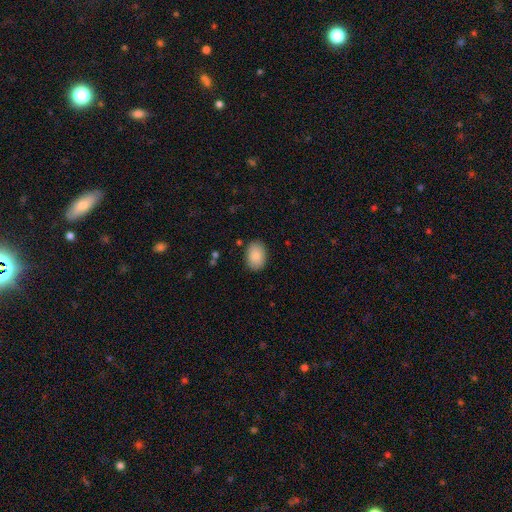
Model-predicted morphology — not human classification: Smooth or featured? smooth (87%)
How rounded? in between (84%)
Merging? none (87%)